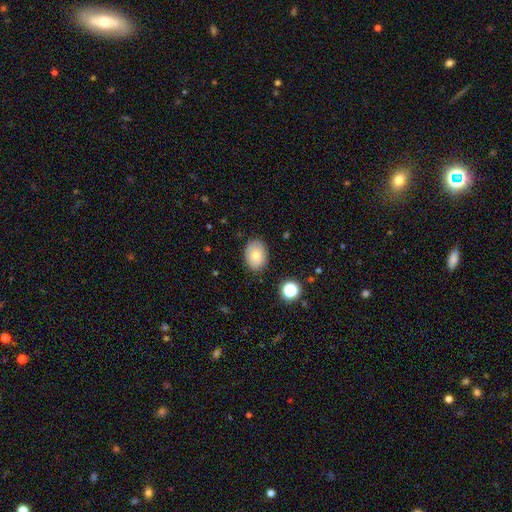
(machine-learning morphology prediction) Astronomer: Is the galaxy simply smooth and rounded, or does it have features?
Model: smooth — 76%.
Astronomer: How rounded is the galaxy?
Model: in between — 72%.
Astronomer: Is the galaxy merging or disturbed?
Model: none — 84%.